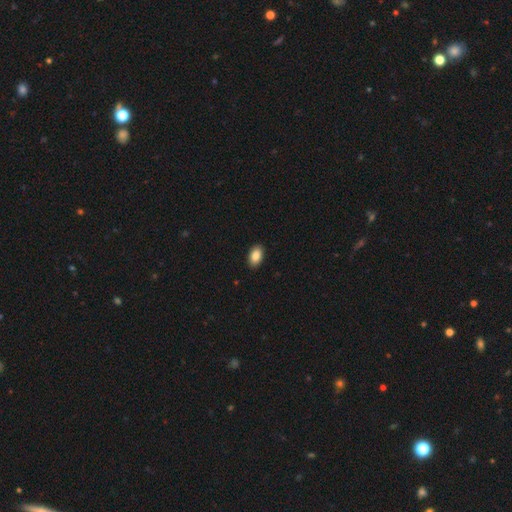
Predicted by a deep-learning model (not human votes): The model was most divided on "smooth or featured": smooth: 87%, star or artifact: 7%, featured or disk: 5%. More confident: how rounded — in between (92%); merging — none (90%).